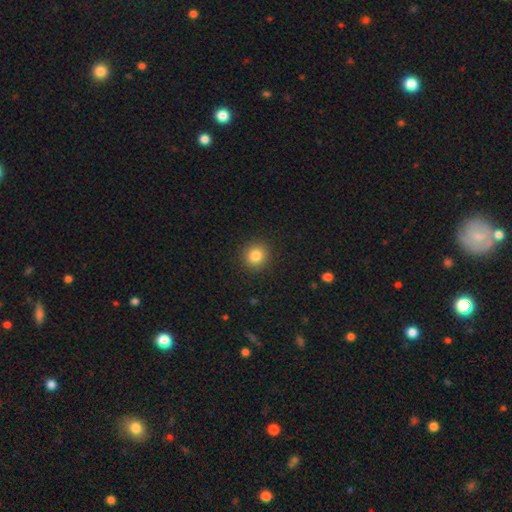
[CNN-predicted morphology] type=smooth (83%); roundness=round (91%); merging=none (91%).